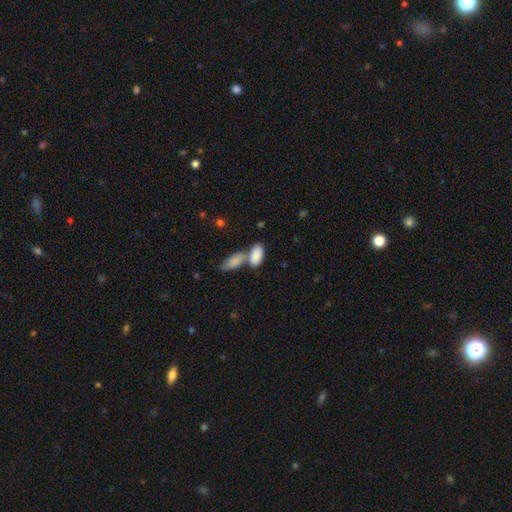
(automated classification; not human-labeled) smooth 86%, featured or disk 8%, star or artifact 6%. Down the decision tree: how rounded — in between (93%); merging — merger (51%).